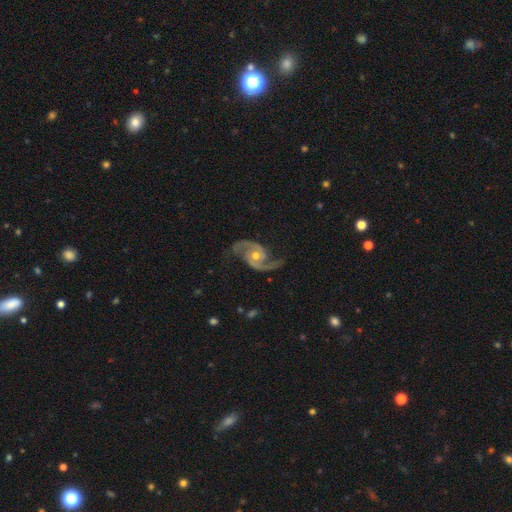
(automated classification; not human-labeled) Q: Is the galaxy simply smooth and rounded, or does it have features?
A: featured or disk — 93%.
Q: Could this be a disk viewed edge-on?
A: no — 98%.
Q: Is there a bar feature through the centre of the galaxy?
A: no — 64%.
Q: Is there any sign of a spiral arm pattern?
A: yes — 98%.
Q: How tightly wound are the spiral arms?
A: medium — 56%.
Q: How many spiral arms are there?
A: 2 — 94%.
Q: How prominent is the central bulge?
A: moderate — 68%.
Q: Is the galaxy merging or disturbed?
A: none — 77%.